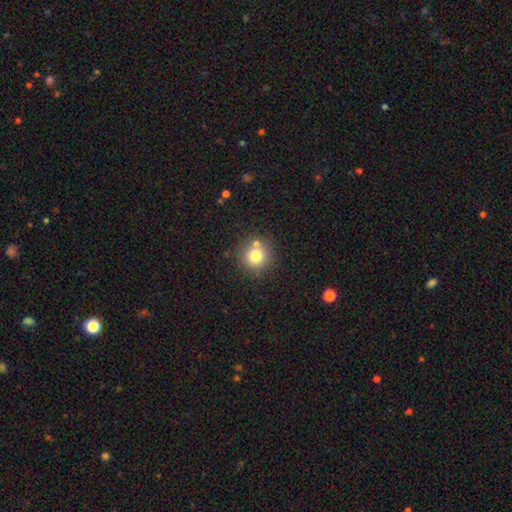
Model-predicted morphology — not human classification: Smooth or featured? smooth (77%)
How rounded? round (93%)
Merging? none (74%)